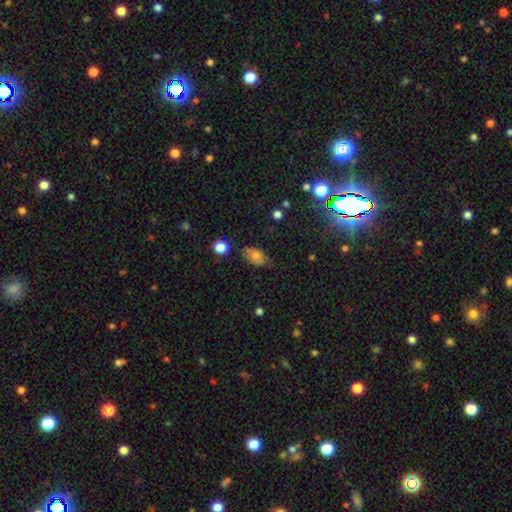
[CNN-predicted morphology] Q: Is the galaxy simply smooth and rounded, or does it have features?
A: smooth — 74%.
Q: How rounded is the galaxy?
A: in between — 87%.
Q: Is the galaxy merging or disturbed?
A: none — 66%.